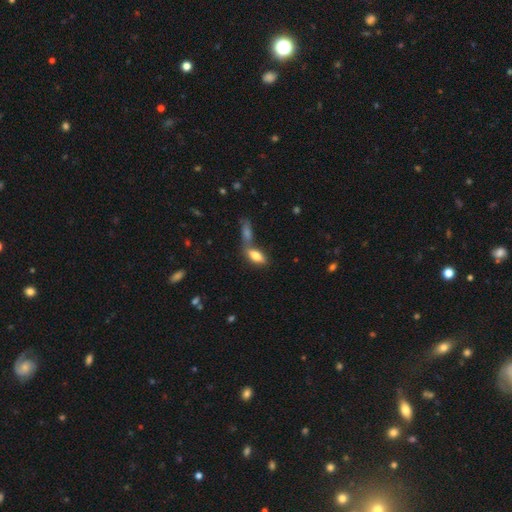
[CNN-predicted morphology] The model was most divided on "merging": merger: 44%, none: 41%, minor disturbance: 11%, major disturbance: 5%. More confident: how rounded — in between (78%); smooth or featured — smooth (76%).